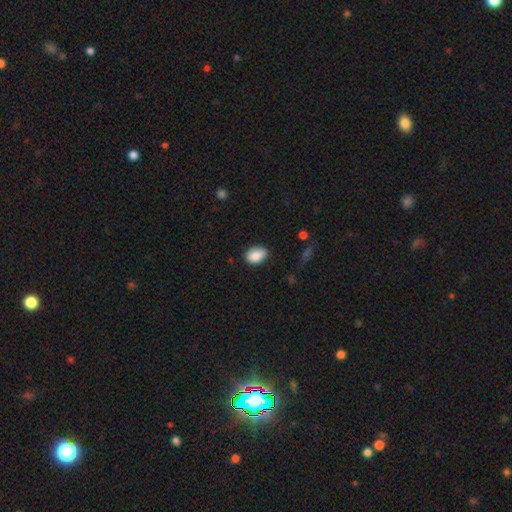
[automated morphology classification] A smooth galaxy with no disk features (86%) that is in between round and cigar-shaped (85%).

Vote fractions:
- Smooth or featured? smooth: 86% / star or artifact: 8% / featured or disk: 6%
- How rounded? in between: 85% / round: 14% / cigar-shaped: 1%
- Merging? none: 73% / minor disturbance: 21% / major disturbance: 4% / merger: 2%